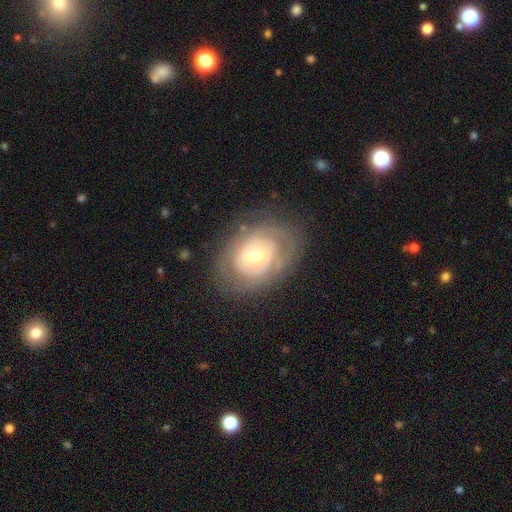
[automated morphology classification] Overall: featured or disk (70%). Edge-on disk: no (95%). Bar: no (70%). Spiral arms: yes (66%; no 34%). Bulge size: moderate (54%; small 39%). Merging: none (73%).